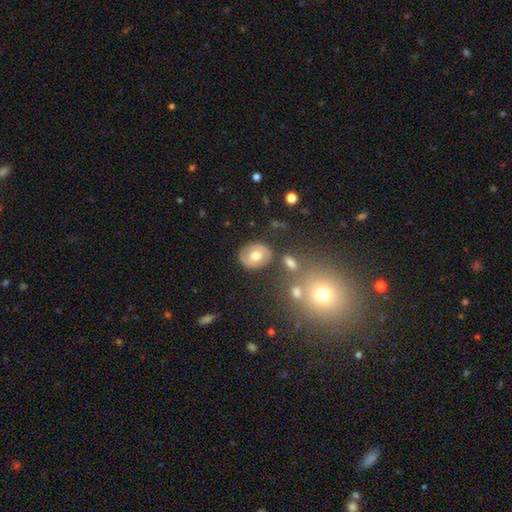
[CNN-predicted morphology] type=smooth (59%); roundness=round (51%); merging=none (79%).